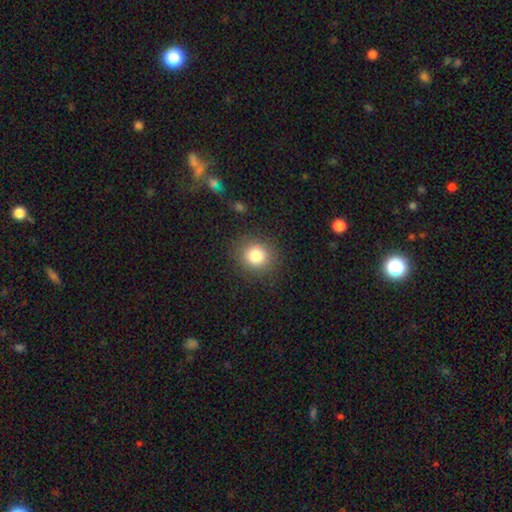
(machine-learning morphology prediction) This appears to be a smooth galaxy with no disk features (81%) that is round (83%). Merging: none (86%).